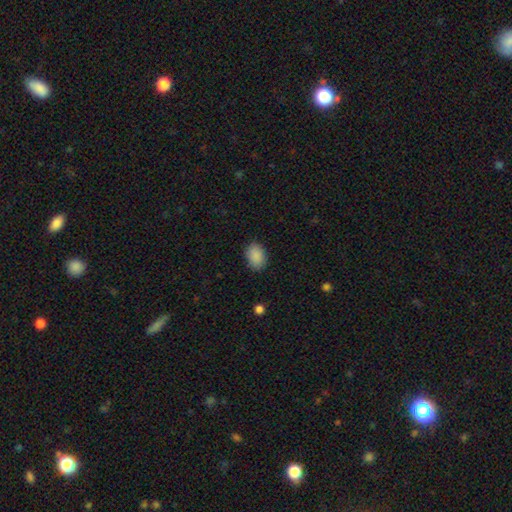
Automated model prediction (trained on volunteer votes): Overall: smooth (89%). How rounded: in between (78%). Merging: none (85%).